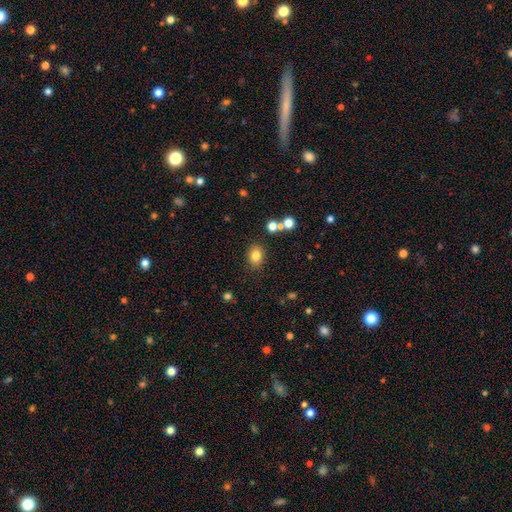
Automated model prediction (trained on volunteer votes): A smooth galaxy with no disk features (81%) that is in between round and cigar-shaped (57%).

Vote fractions:
- Smooth or featured? smooth: 81% / star or artifact: 11% / featured or disk: 8%
- How rounded? in between: 57% / round: 42% / cigar-shaped: 1%
- Merging? none: 83% / minor disturbance: 10% / merger: 4% / major disturbance: 3%